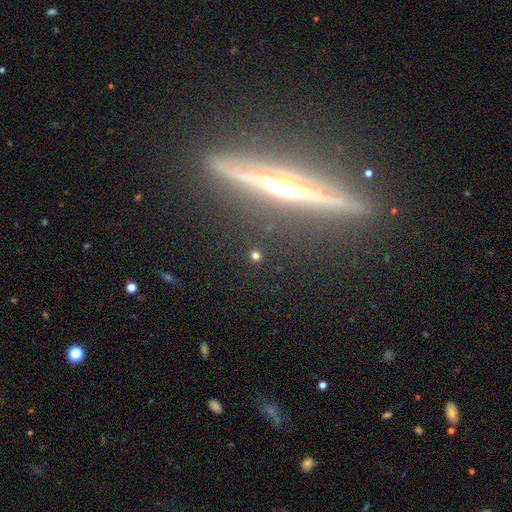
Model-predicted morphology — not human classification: This is likely a smooth galaxy (71%). How rounded: clearly round (89%). Merging: clearly none (88%).